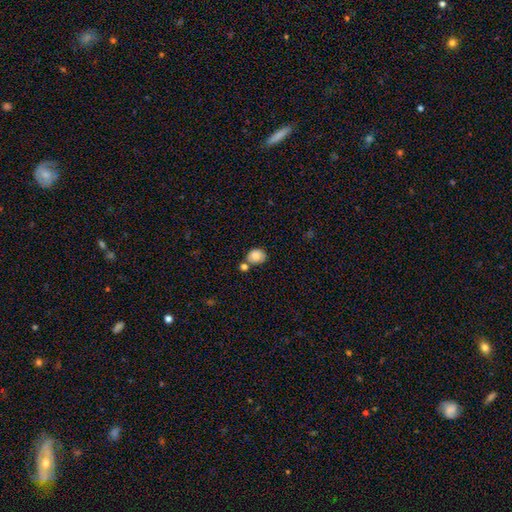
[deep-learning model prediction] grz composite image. It shows a smooth galaxy with no disk features (83%) that is round (53%). Merging: none (53%).